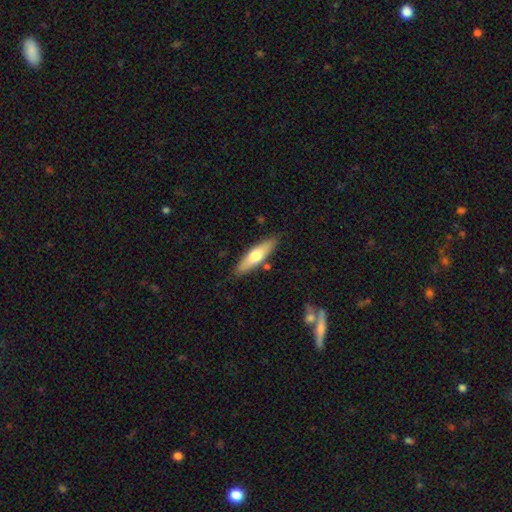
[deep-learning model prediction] smooth_or_featured: smooth (p=0.62) [alt: featured or disk p=0.33]
how_rounded: cigar-shaped (p=0.63) [alt: in between p=0.36]
merging: none (p=0.84) [alt: minor disturbance p=0.11]